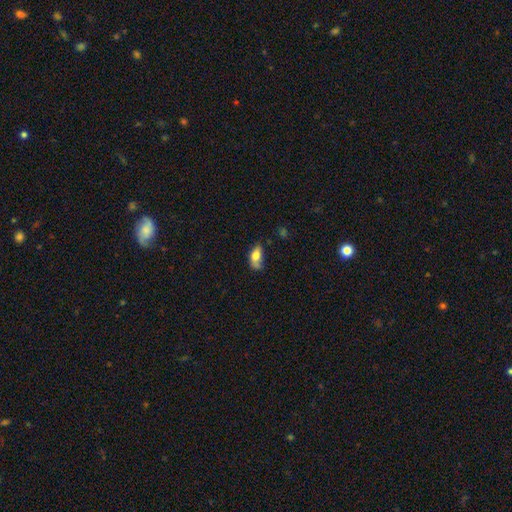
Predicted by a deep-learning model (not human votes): Morphology: type=smooth (72%); roundness=in between (86%); merging=none (39%).